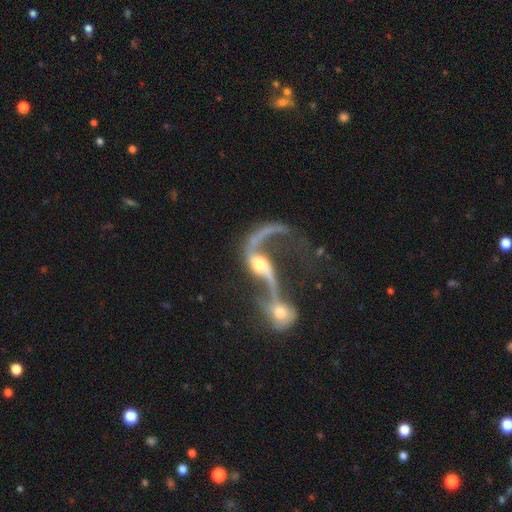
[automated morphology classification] featured or disk 81%, smooth 10%, star or artifact 9%. Down the decision tree: edge-on disk — no (92%); bar — no (56%); spiral arms — yes (81%); spiral arm count — 2 (60%); spiral winding — loose (85%); bulge size — moderate (53%); merging — merger (72%).